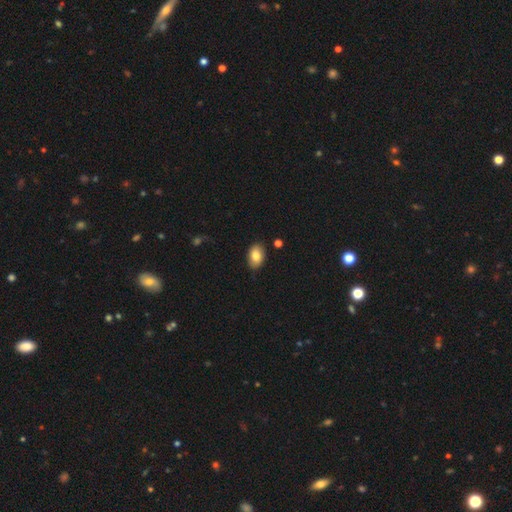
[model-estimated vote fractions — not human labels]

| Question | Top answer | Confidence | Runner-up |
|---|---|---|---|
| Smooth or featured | smooth | 83% | featured or disk (9%) |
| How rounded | in between | 89% | round (10%) |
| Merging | none | 85% | minor disturbance (11%) |